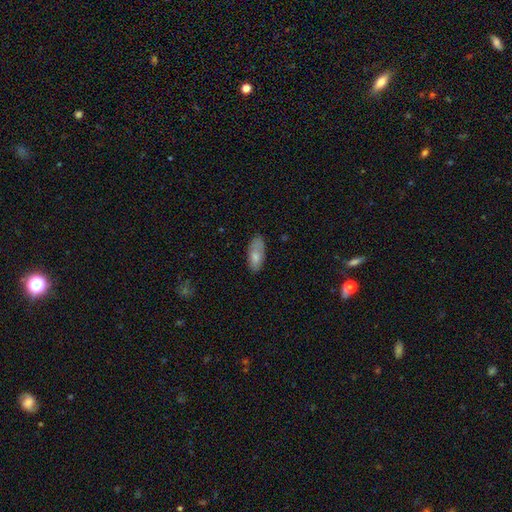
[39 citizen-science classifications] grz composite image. It shows a smooth galaxy with no disk features (79%) that is in between round and cigar-shaped (71%). Merging: none (70%).